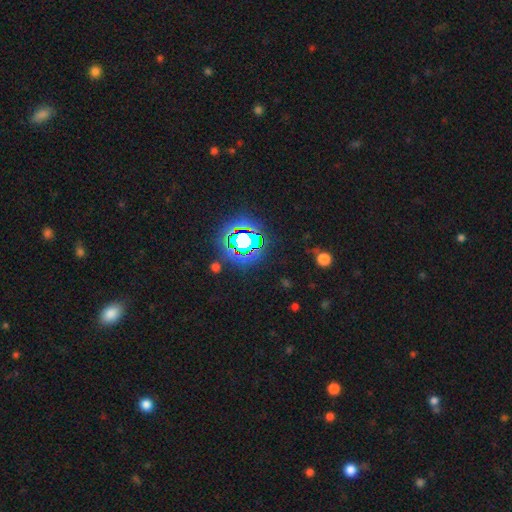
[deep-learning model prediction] Smooth or featured: star or artifact — 82% (smooth — 11%)